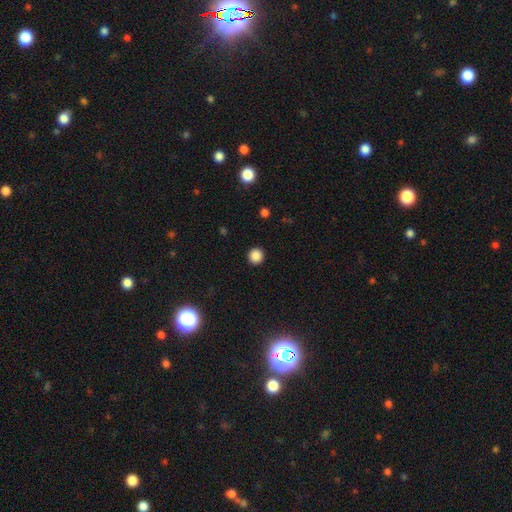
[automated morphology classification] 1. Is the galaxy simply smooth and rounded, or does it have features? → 87% smooth, 11% star or artifact, 3% featured or disk.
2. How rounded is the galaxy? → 92% round, 7% in between, 1% cigar-shaped.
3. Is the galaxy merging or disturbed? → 92% none, 5% minor disturbance, 2% major disturbance, 1% merger.